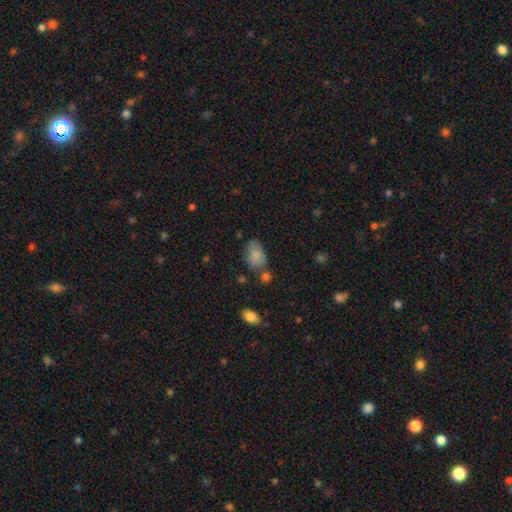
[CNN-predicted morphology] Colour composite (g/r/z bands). It shows a smooth galaxy with no disk features (80%) that is in between round and cigar-shaped (85%). Merging: none (51%).